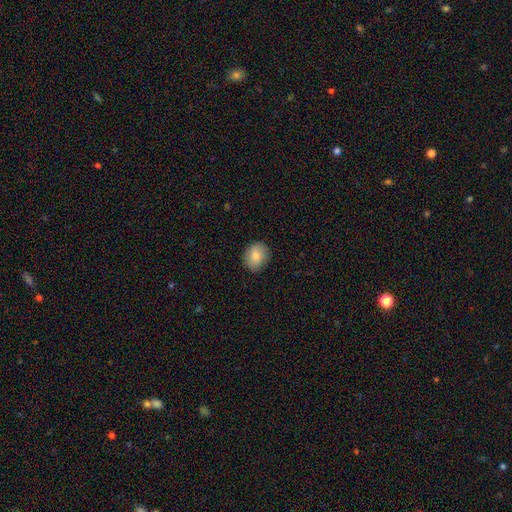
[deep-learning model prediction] Smooth or featured: smooth — 81% (featured or disk — 11%)
How rounded: round — 63% (in between — 36%)
Merging: none — 86% (minor disturbance — 10%)